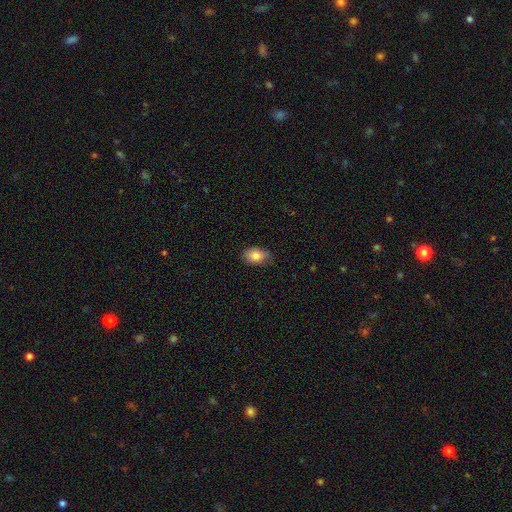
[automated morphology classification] This appears to be a smooth galaxy with no disk features (83%) that is in between round and cigar-shaped (83%). Merging: none (74%).